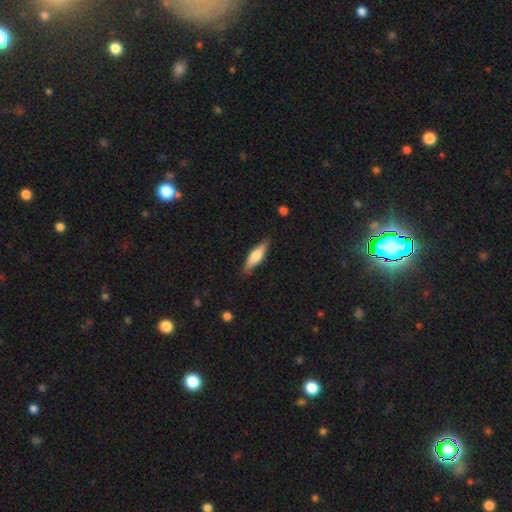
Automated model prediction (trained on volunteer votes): A smooth galaxy with no disk features (55%) that is cigar-shaped (61%). Merging: none (84%).